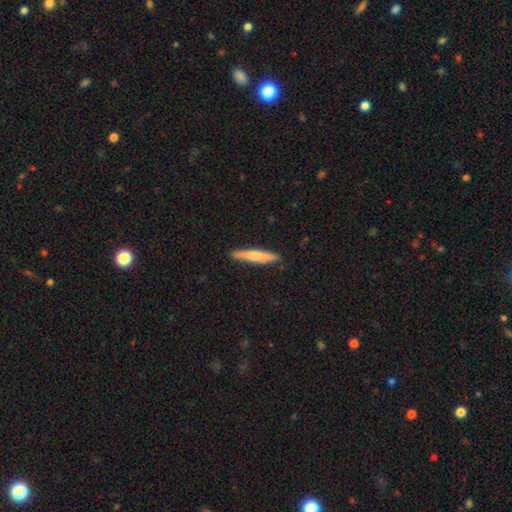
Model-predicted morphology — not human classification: The model was most divided on "smooth or featured": smooth: 58%, featured or disk: 37%, star or artifact: 5%. More confident: how rounded — cigar-shaped (92%); merging — none (88%).